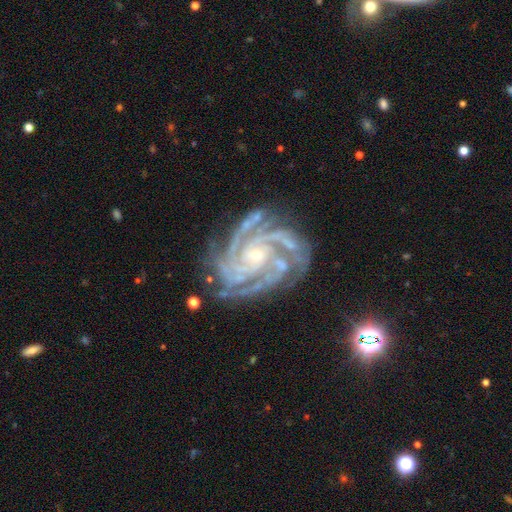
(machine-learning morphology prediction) Smooth or featured: featured or disk — 92% (star or artifact — 5%)
Edge-on disk: no — 98% (yes — 2%)
Bar: no — 65% (weak — 23%)
Spiral arms: yes — 99% (no — 1%)
Spiral winding: tight — 73% (medium — 25%)
Spiral arm count: 4 — 41% (more than 4 — 20%)
Bulge size: small — 82% (moderate — 14%)
Merging: none — 74% (minor disturbance — 18%)